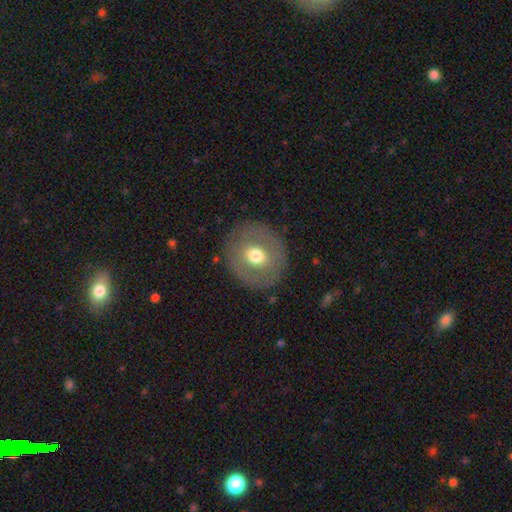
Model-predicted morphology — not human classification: Smooth or featured? Predicted: smooth (p=0.57). How rounded? Predicted: round (p=0.81). Merging? Predicted: none (p=0.85).